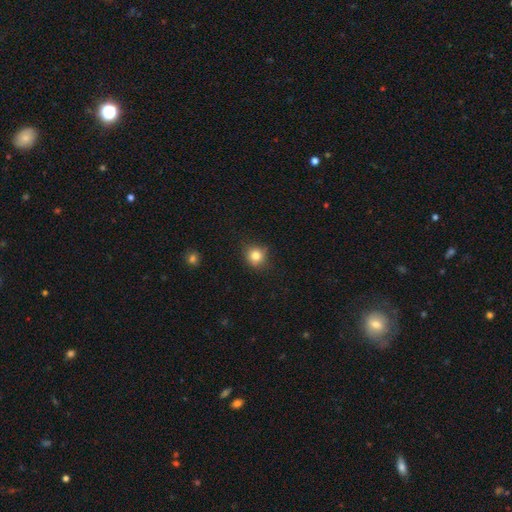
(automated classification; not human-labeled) Smooth or featured?
  - smooth: 80% *
  - star or artifact: 12%
  - featured or disk: 8%
How rounded?
  - round: 85% *
  - in between: 14%
  - cigar-shaped: 1%
Merging?
  - none: 79% *
  - minor disturbance: 16%
  - major disturbance: 3%
  - merger: 2%